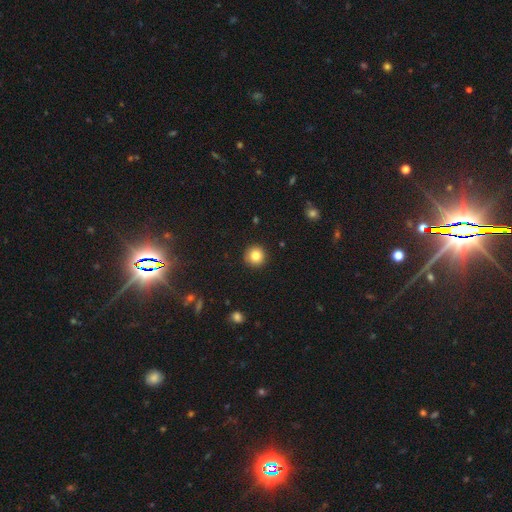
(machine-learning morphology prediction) Smooth or featured? smooth (82%)
How rounded? round (95%)
Merging? none (92%)